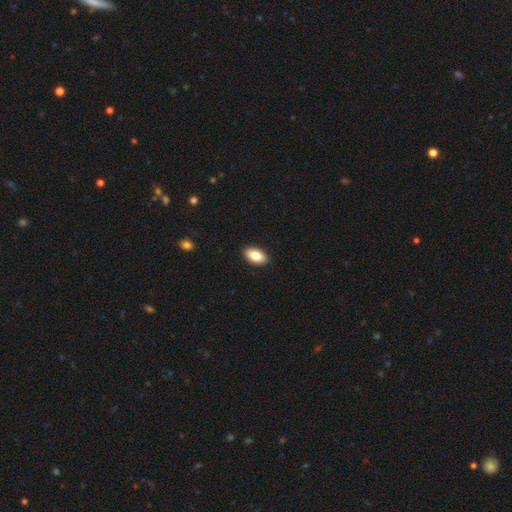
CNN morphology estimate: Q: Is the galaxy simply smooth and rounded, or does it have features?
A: smooth — 84%.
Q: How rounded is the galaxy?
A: in between — 93%.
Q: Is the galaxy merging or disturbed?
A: none — 90%.